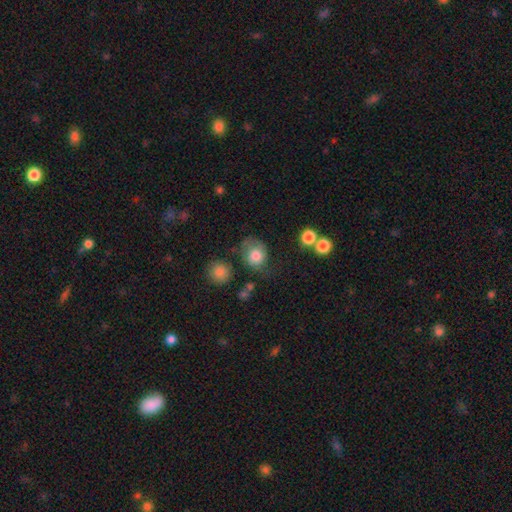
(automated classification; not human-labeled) This is likely a smooth galaxy (74%). How rounded: likely round (67%). Merging: possibly none (45%).